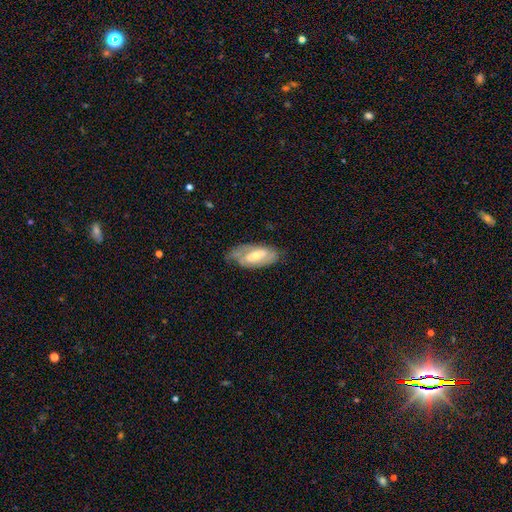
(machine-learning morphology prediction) A featured or disk galaxy (65%) with a weak bar (42%), spiral arms (77%) and a moderate central bulge (54%). Merging: none (58%).